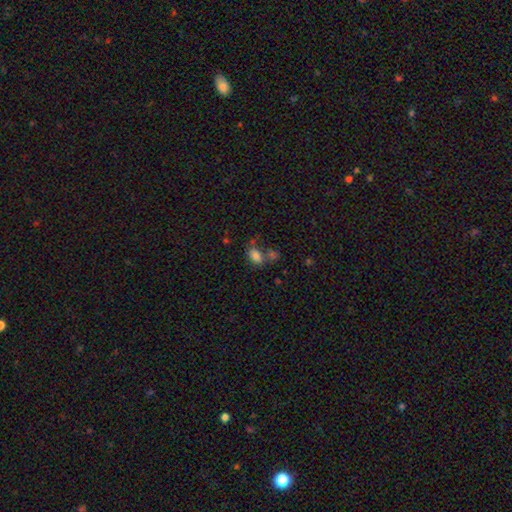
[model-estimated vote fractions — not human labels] Smooth or featured? Predicted: smooth (p=0.80). How rounded? Predicted: in between (p=0.85). Merging? Predicted: none (p=0.47).